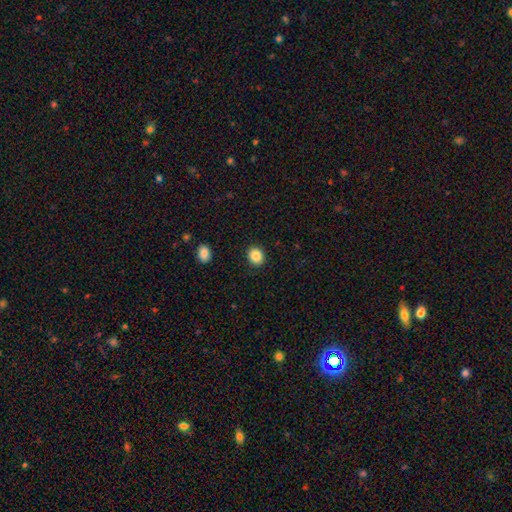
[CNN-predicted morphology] Q: Smooth or featured?
A: smooth (87%); runner-up: star or artifact (9%)
Q: How rounded?
A: round (62%); runner-up: in between (37%)
Q: Merging?
A: none (91%); runner-up: minor disturbance (6%)